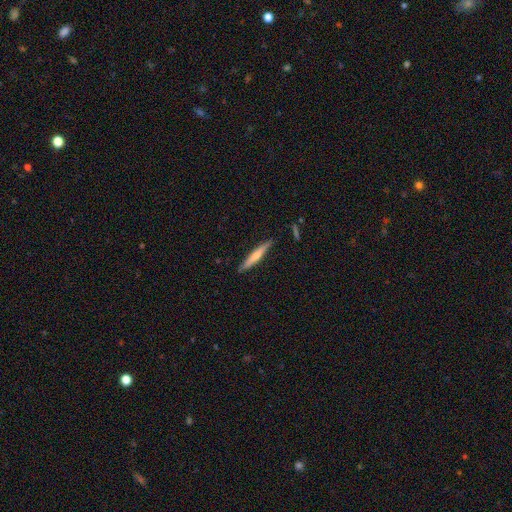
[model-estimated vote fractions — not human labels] This appears to be a smooth galaxy with no disk features (53%) that is cigar-shaped (94%). Merging: none (87%).